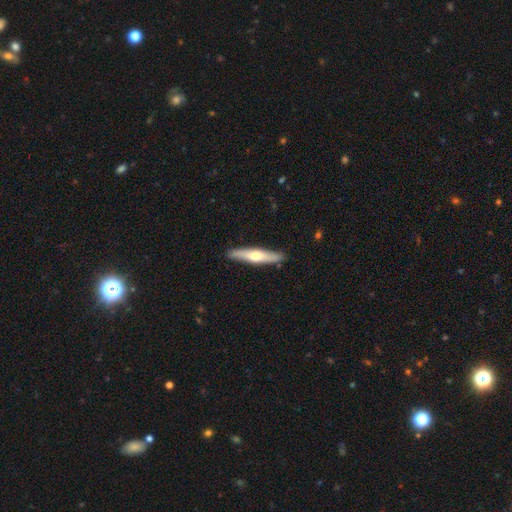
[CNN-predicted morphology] A featured or disk galaxy (50%).

Vote fractions:
- Smooth or featured? featured or disk: 50% / smooth: 45% / star or artifact: 5%
- Merging? none: 89% / minor disturbance: 8% / major disturbance: 2% / merger: 1%